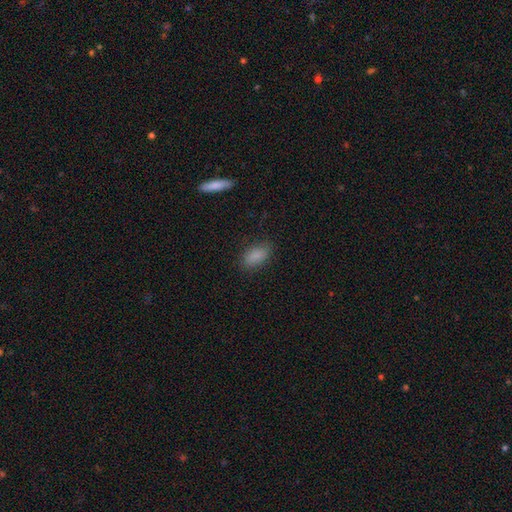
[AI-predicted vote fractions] Q: Smooth or featured?
A: smooth (86%); runner-up: star or artifact (8%)
Q: How rounded?
A: in between (89%); runner-up: cigar-shaped (5%)
Q: Merging?
A: none (83%); runner-up: minor disturbance (13%)